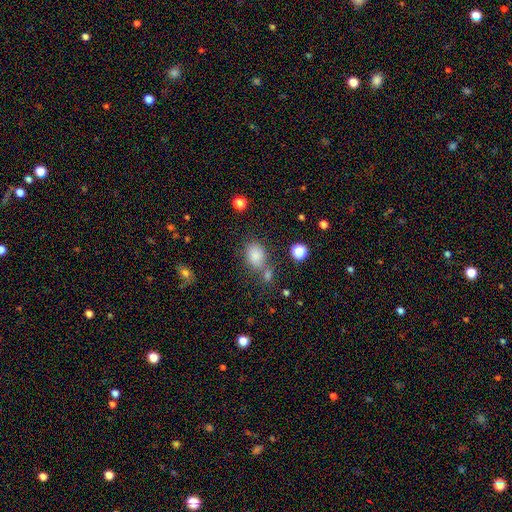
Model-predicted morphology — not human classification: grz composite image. It shows a smooth galaxy with no disk features (81%) that is in between round and cigar-shaped (63%). Merging: none (58%).